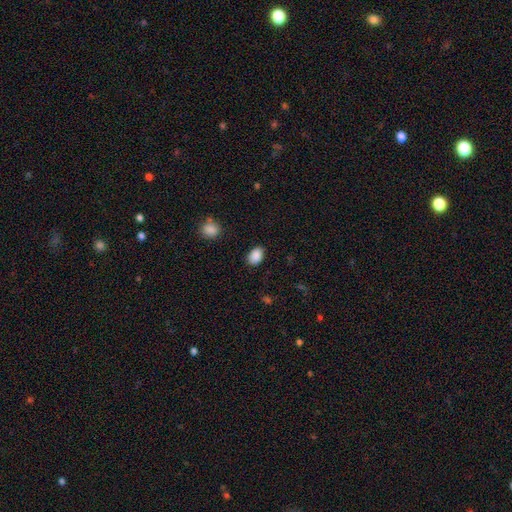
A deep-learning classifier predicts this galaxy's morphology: type=smooth (89%); roundness=in between (83%); merging=none (85%).